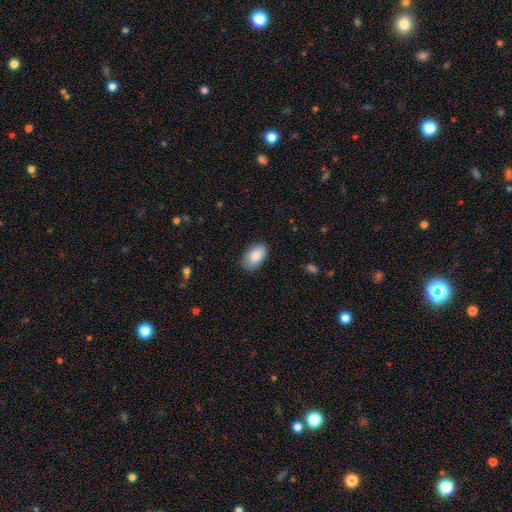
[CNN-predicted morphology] Overall: smooth (86%). How rounded: in between (93%). Merging: none (84%).